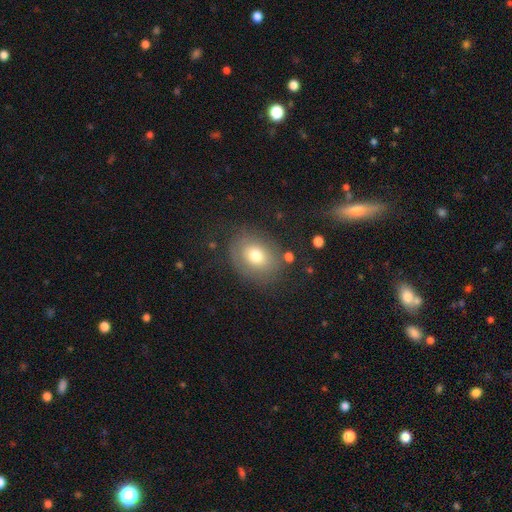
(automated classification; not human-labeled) A smooth galaxy with no disk features (68%) that is in between round and cigar-shaped (53%). Merging: none (73%).